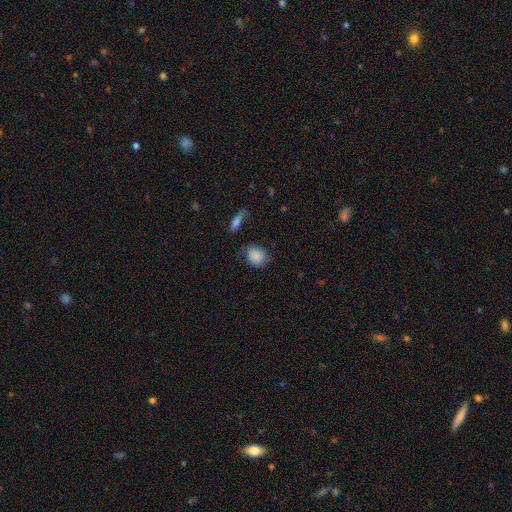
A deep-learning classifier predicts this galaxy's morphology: smooth-or-featured: smooth: 85% | star or artifact: 8% | featured or disk: 7%
  how-rounded: round: 55% | in between: 43% | cigar-shaped: 2%
  merging: none: 68% | minor disturbance: 22% | major disturbance: 6% | merger: 4%